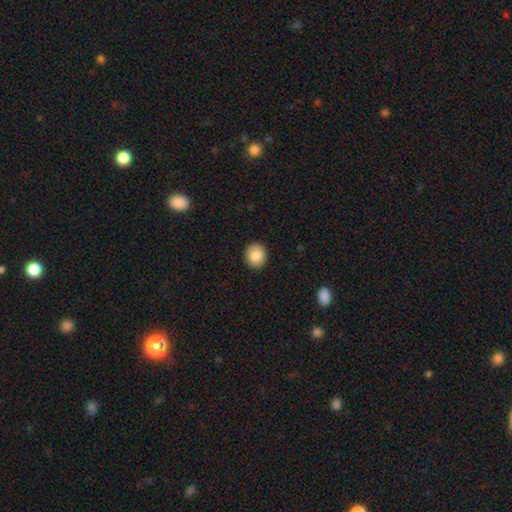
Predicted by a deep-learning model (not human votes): Smooth or featured?
  - smooth: 83% *
  - featured or disk: 9%
  - star or artifact: 8%
How rounded?
  - round: 77% *
  - in between: 22%
  - cigar-shaped: 1%
Merging?
  - none: 91% *
  - minor disturbance: 6%
  - major disturbance: 2%
  - merger: 1%